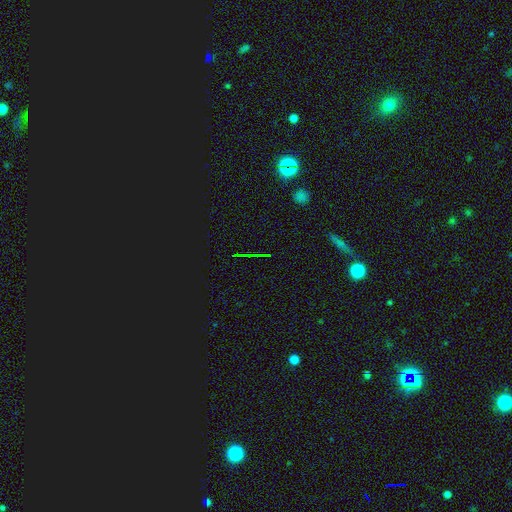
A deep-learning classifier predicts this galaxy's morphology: Overall: star or artifact (77%).